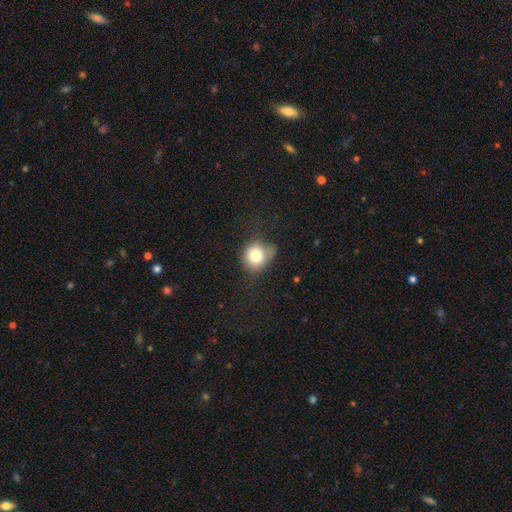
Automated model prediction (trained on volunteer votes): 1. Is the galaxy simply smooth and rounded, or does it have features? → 76% smooth, 13% featured or disk, 11% star or artifact.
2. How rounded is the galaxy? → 79% round, 20% in between, 1% cigar-shaped.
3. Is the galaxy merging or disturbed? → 52% none, 31% minor disturbance, 13% major disturbance, 3% merger.